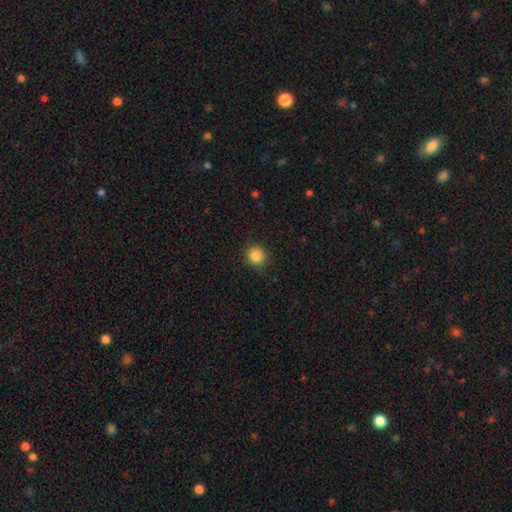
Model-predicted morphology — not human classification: This is clearly a smooth galaxy (86%). How rounded: clearly round (91%). Merging: clearly none (87%).